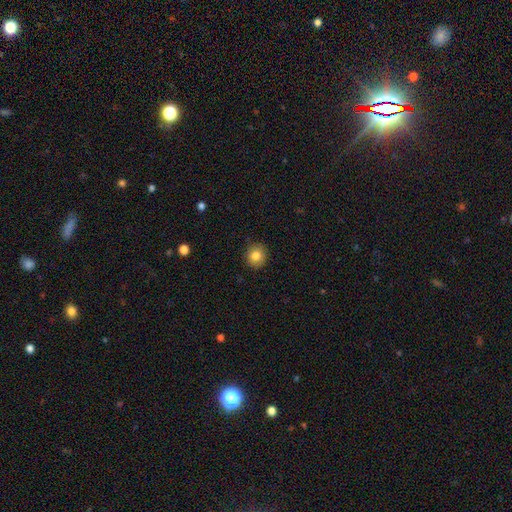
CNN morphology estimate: Smooth or featured: smooth — 83% (star or artifact — 10%)
How rounded: round — 88% (in between — 11%)
Merging: none — 89% (minor disturbance — 8%)